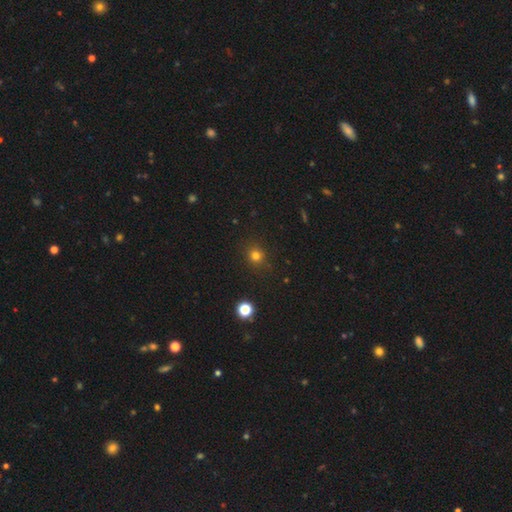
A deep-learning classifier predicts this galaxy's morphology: Smooth or featured? smooth (77%)
How rounded? round (89%)
Merging? none (87%)